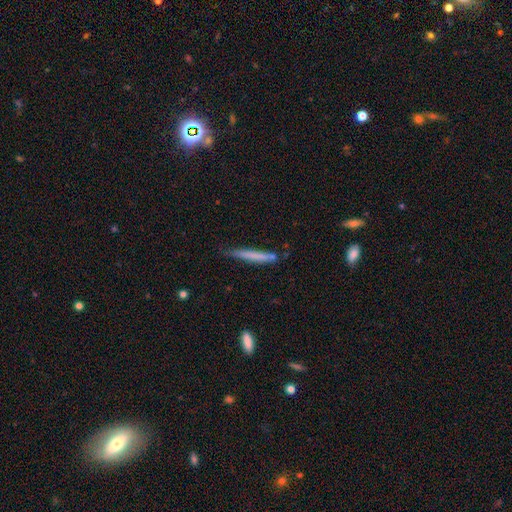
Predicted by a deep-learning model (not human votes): Smooth or featured: smooth — 67% (featured or disk — 27%)
How rounded: cigar-shaped — 96% (in between — 3%)
Merging: none — 72% (minor disturbance — 21%)